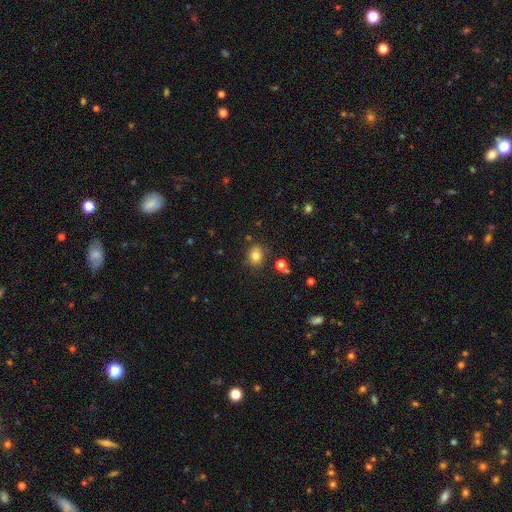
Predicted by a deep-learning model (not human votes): smooth-or-featured: smooth: 79% | star or artifact: 13% | featured or disk: 8%
  how-rounded: round: 62% | in between: 37% | cigar-shaped: 1%
  merging: none: 79% | minor disturbance: 13% | merger: 4% | major disturbance: 3%